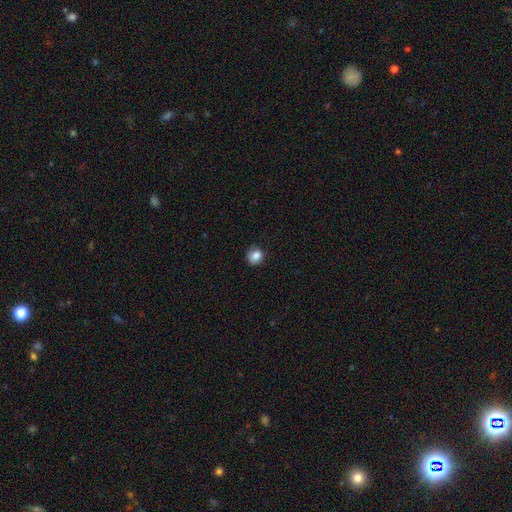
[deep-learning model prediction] Morphology: type=smooth (85%); roundness=round (78%); merging=none (78%).